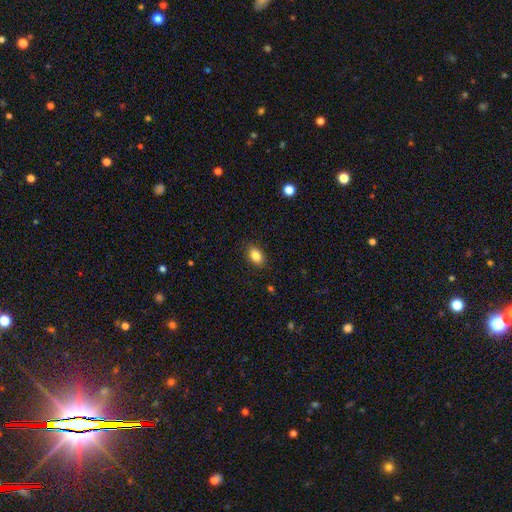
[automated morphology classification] Q: Smooth or featured?
A: smooth (85%); runner-up: star or artifact (9%)
Q: How rounded?
A: in between (81%); runner-up: round (17%)
Q: Merging?
A: none (86%); runner-up: minor disturbance (11%)